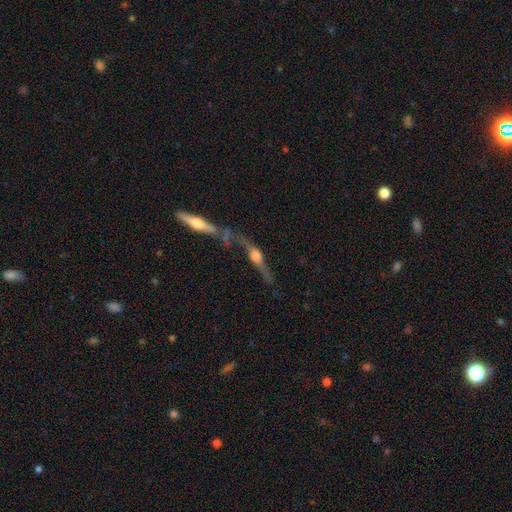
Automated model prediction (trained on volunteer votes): Smooth or featured? featured or disk (71%)
Edge-on disk? yes (81%)
Edge-on bulge? rounded (86%)
Merging? merger (36%)